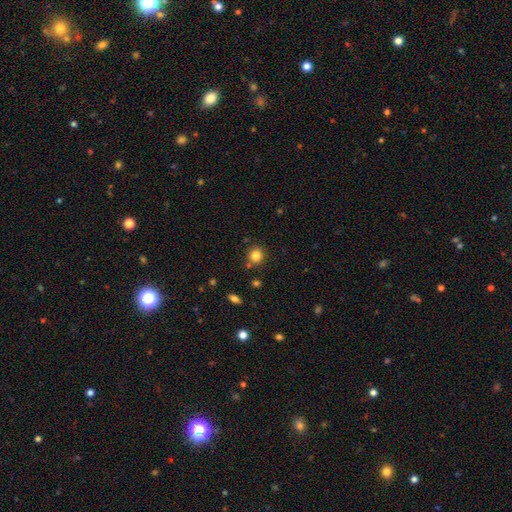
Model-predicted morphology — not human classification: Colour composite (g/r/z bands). It shows a smooth galaxy with no disk features (82%) that is round (89%). Merging: none (82%).